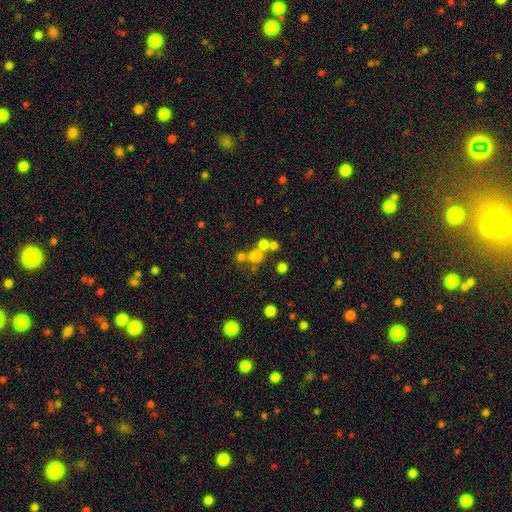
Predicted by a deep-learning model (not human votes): smooth-or-featured: smooth: 65% | star or artifact: 21% | featured or disk: 14%
  how-rounded: round: 86% | in between: 13% | cigar-shaped: 1%
  merging: none: 50% | merger: 37% | minor disturbance: 8% | major disturbance: 6%